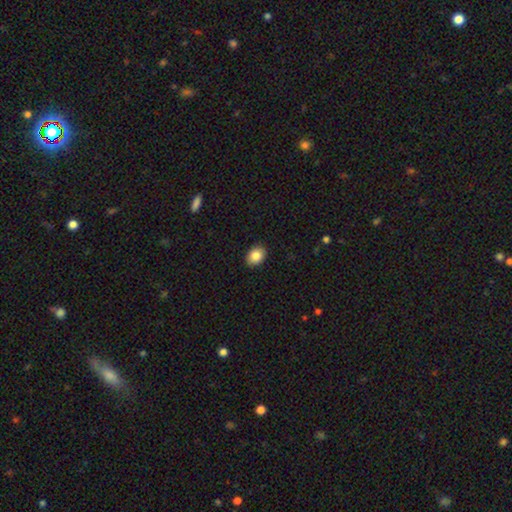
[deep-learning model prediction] A smooth galaxy with no disk features (86%) that is in between round and cigar-shaped (66%).

Vote fractions:
- Smooth or featured? smooth: 86% / star or artifact: 8% / featured or disk: 6%
- How rounded? in between: 66% / round: 33% / cigar-shaped: 1%
- Merging? none: 90% / minor disturbance: 7% / major disturbance: 2% / merger: 1%